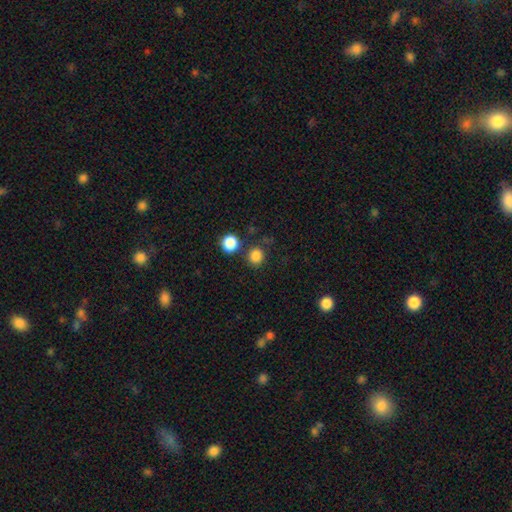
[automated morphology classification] A smooth galaxy with no disk features (84%) that is round (86%). Merging: none (77%).